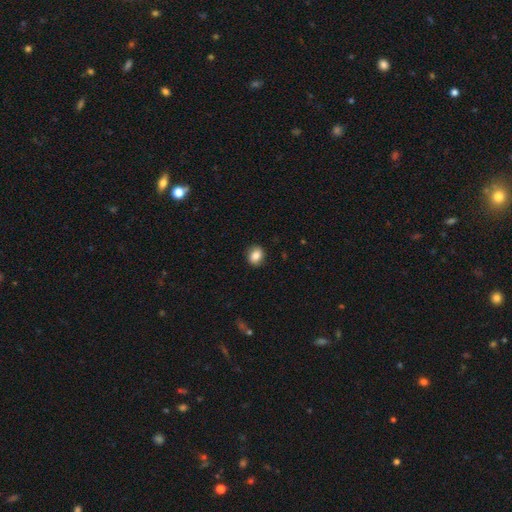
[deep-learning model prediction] smooth-or-featured: smooth: 85% | star or artifact: 9% | featured or disk: 6%
  how-rounded: round: 58% | in between: 41% | cigar-shaped: 1%
  merging: none: 89% | minor disturbance: 8% | major disturbance: 2% | merger: 1%